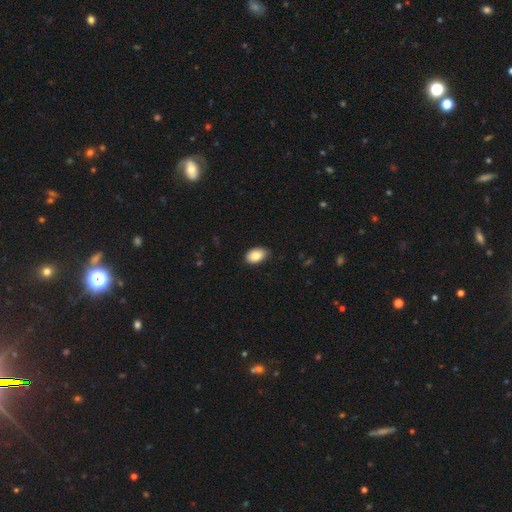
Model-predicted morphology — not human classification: smooth-or-featured: smooth: 87% | star or artifact: 7% | featured or disk: 6%
  how-rounded: in between: 89% | round: 9% | cigar-shaped: 1%
  merging: none: 83% | minor disturbance: 14% | major disturbance: 2% | merger: 1%